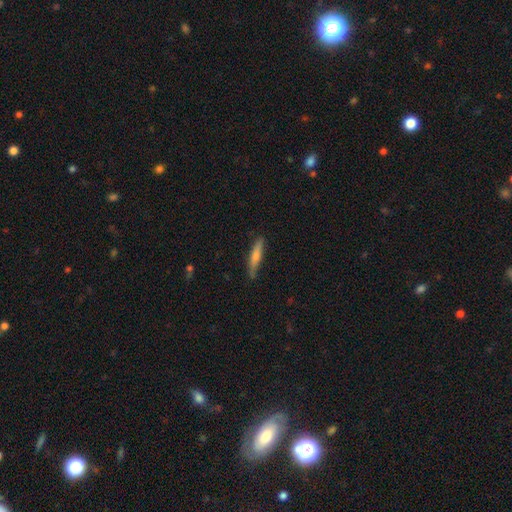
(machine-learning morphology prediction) A featured or disk galaxy (48%). Merging: none (84%).